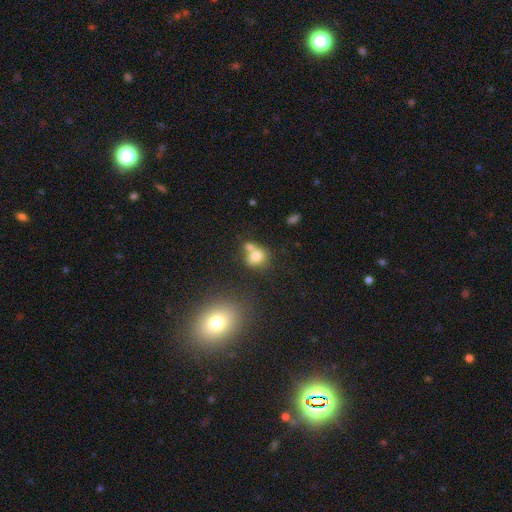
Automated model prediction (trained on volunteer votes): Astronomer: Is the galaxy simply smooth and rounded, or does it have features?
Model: smooth — 76%.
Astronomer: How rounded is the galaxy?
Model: round — 66%.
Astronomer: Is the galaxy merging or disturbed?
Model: merger — 43% (runner-up: none, 40%).